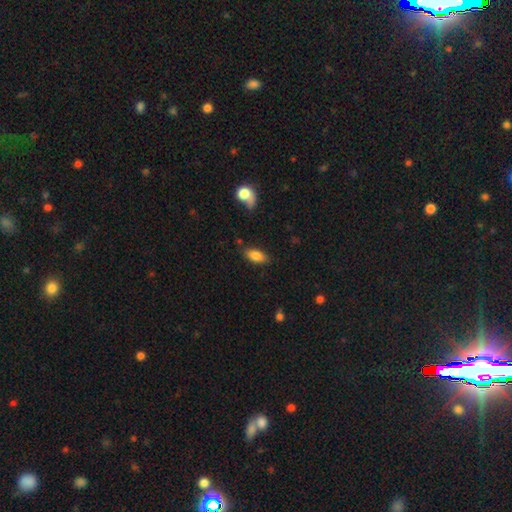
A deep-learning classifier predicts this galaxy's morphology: This is clearly a smooth galaxy (82%). How rounded: clearly in between (85%). Merging: clearly none (80%).